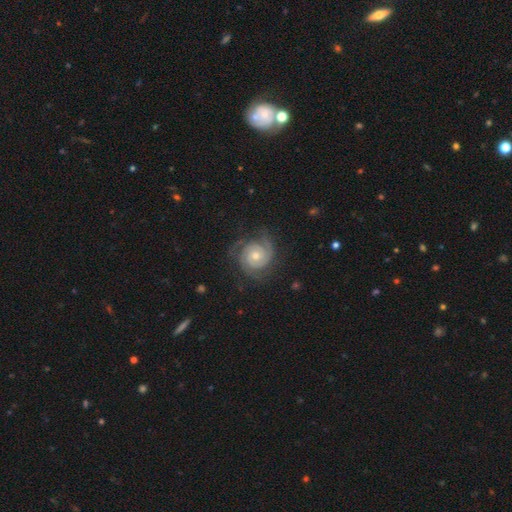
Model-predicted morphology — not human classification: A featured or disk galaxy (88%) with no bar (73%), 2 (53%) tight (74%) spiral arms (98%) and a moderate central bulge (51%). Merging: none (74%).